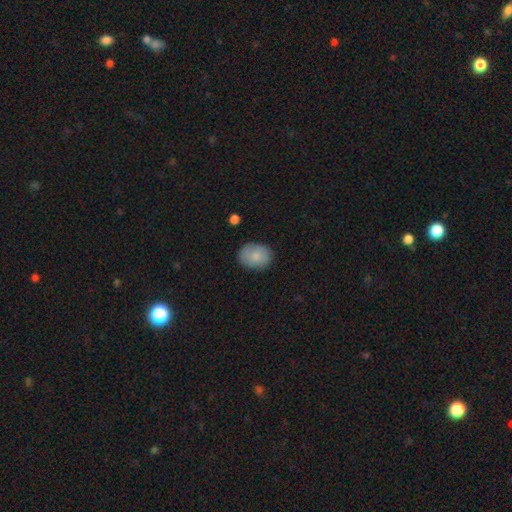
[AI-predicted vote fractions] This appears to be a smooth galaxy with no disk features (79%) that is in between round and cigar-shaped (53%). Merging: none (80%).